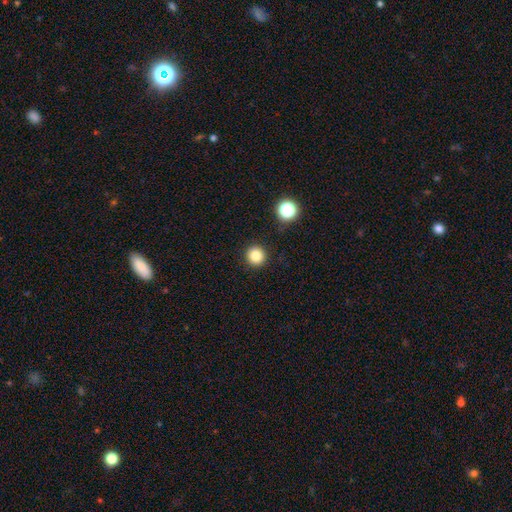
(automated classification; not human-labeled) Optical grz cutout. It shows a smooth galaxy with no disk features (83%) that is round (95%). Merging: none (92%).